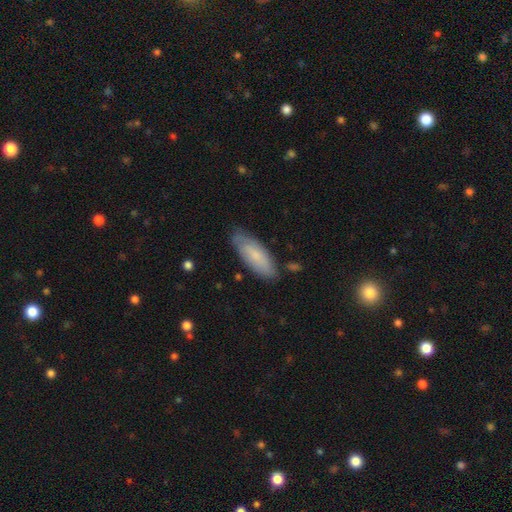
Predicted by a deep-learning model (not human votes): A smooth galaxy with no disk features (72%) that is in between round and cigar-shaped (69%). Merging: none (73%).